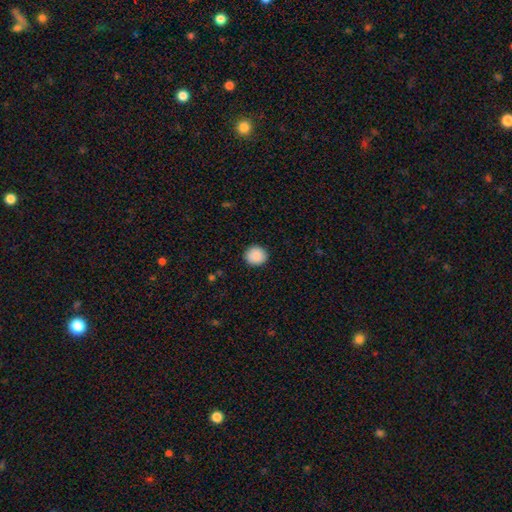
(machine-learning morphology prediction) smooth_or_featured: smooth (p=0.90) [alt: star or artifact p=0.07]
how_rounded: round (p=0.90) [alt: in between p=0.09]
merging: none (p=0.92) [alt: minor disturbance p=0.06]